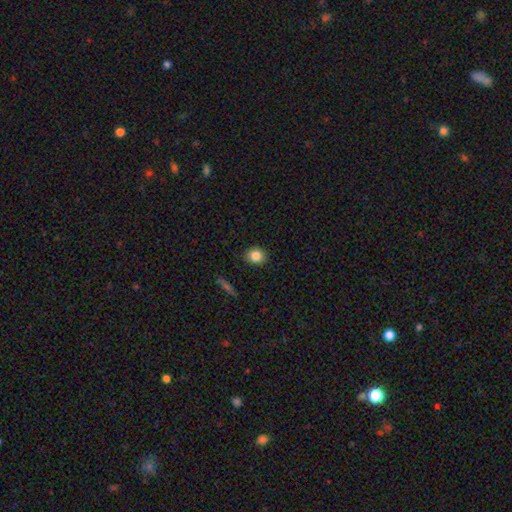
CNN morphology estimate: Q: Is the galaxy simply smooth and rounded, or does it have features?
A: smooth — 83%.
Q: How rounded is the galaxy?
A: round — 68%.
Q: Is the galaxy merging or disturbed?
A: none — 88%.